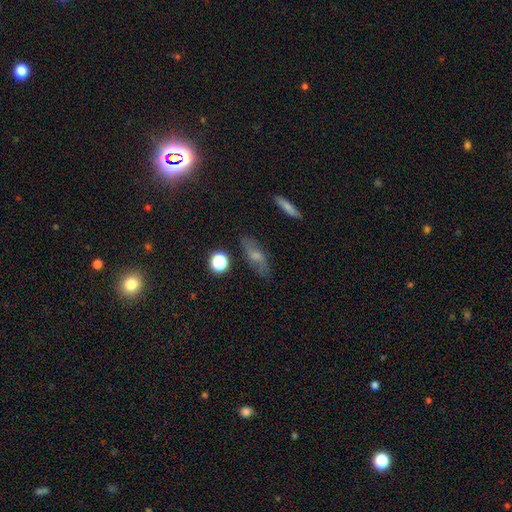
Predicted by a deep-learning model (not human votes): A smooth galaxy with no disk features (52%) that is in between round and cigar-shaped (64%).

Vote fractions:
- Smooth or featured? smooth: 52% / featured or disk: 36% / star or artifact: 12%
- How rounded? in between: 64% / cigar-shaped: 27% / round: 9%
- Merging? none: 78% / minor disturbance: 16% / major disturbance: 4% / merger: 2%